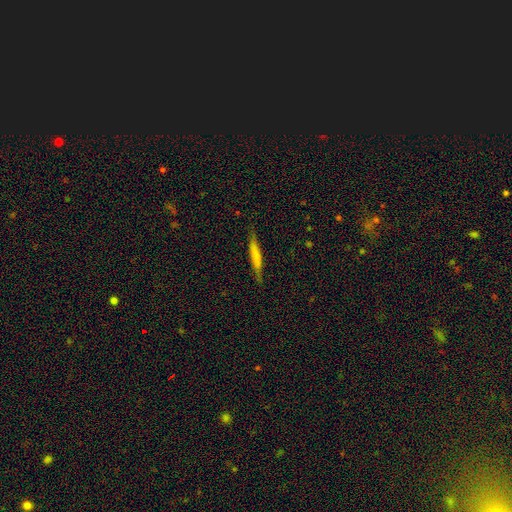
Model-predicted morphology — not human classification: This appears to be a smooth galaxy with no disk features (62%) that is cigar-shaped (94%). Merging: none (83%).